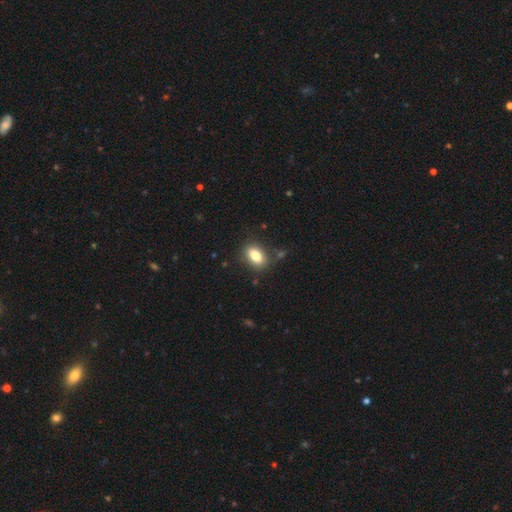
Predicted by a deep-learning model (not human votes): smooth 82%, featured or disk 9%, star or artifact 9%. Down the decision tree: how rounded — in between (85%); merging — none (83%).